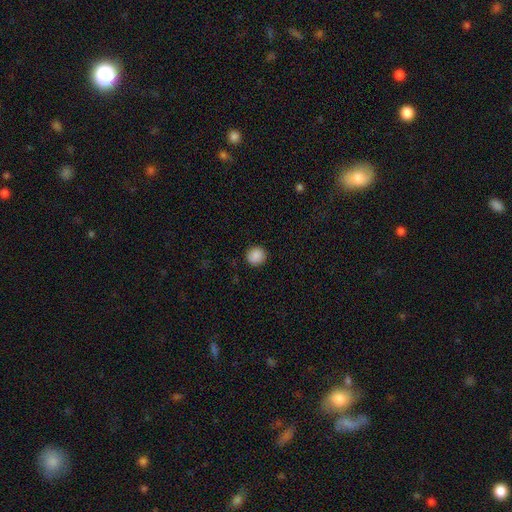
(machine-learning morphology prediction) The model was most divided on "smooth or featured": smooth: 88%, star or artifact: 9%, featured or disk: 3%. More confident: merging — none (91%); how rounded — round (89%).